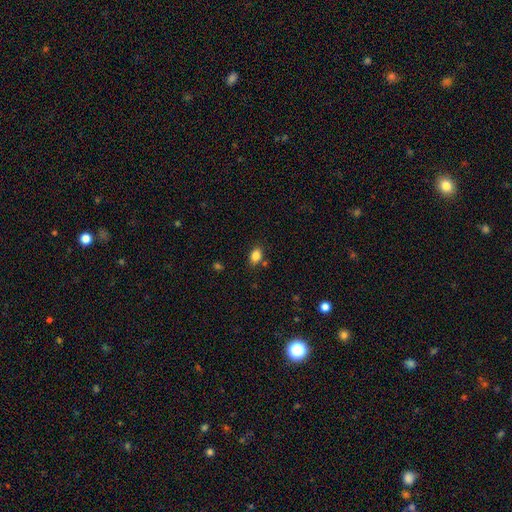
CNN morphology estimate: type=smooth (85%); roundness=in between (75%); merging=none (78%).